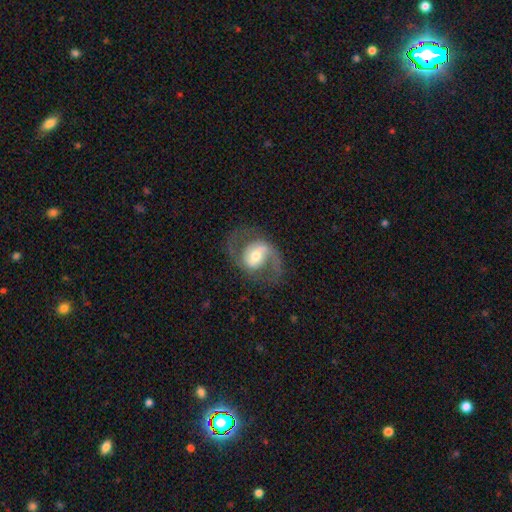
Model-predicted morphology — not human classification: Smooth or featured: featured or disk — 84% (smooth — 10%)
Edge-on disk: no — 97% (yes — 3%)
Bar: weak — 44% (no — 34%)
Spiral arms: yes — 94% (no — 6%)
Spiral winding: medium — 54% (loose — 34%)
Spiral arm count: 2 — 89% (1 — 4%)
Bulge size: moderate — 65% (small — 22%)
Merging: none — 73% (minor disturbance — 14%)